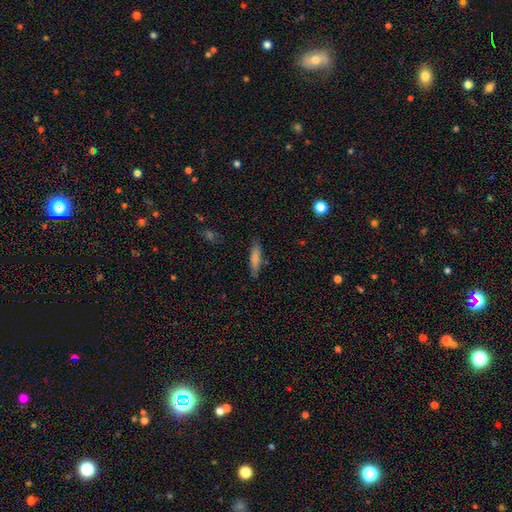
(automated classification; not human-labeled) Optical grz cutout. It shows a smooth galaxy with no disk features (66%) that is cigar-shaped (82%). Merging: none (85%).